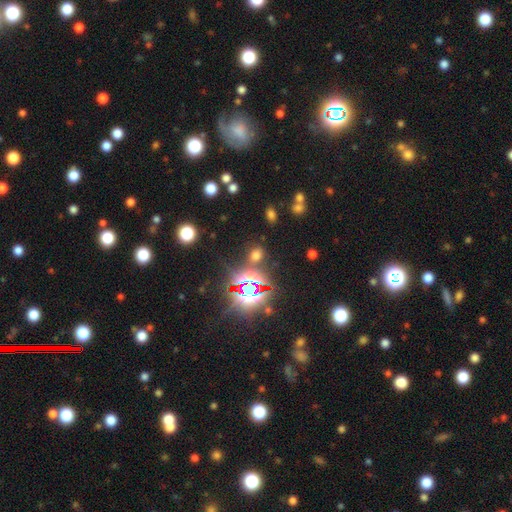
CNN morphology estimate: This is possibly a star or artifact rather than a galaxy (47%).